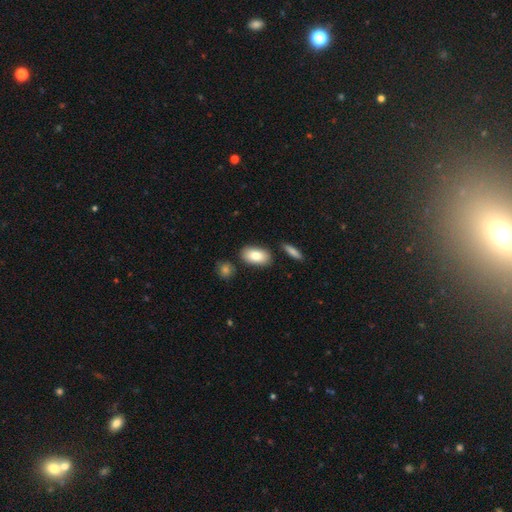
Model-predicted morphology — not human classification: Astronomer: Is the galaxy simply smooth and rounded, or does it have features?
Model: smooth — 82%.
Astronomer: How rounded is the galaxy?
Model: in between — 93%.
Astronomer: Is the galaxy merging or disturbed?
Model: none — 81%.